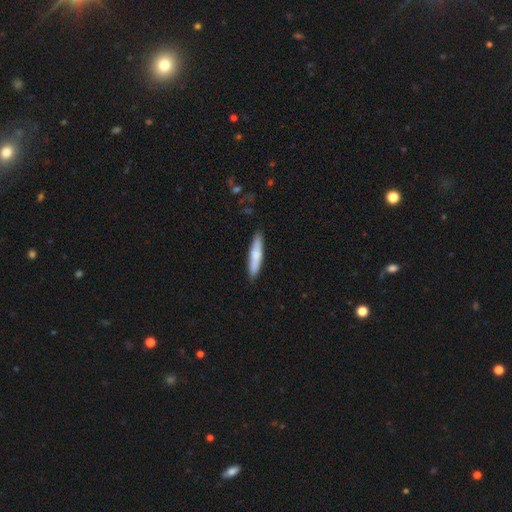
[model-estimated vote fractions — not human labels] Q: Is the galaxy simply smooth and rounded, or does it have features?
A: smooth — 71%.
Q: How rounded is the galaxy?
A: cigar-shaped — 88%.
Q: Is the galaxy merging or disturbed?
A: none — 89%.